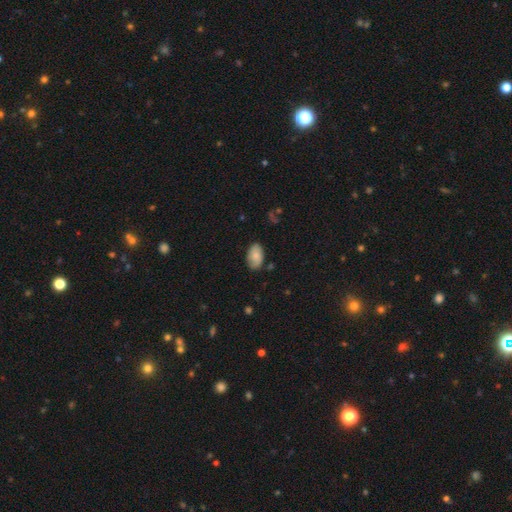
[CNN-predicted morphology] This appears to be a smooth galaxy with no disk features (79%) that is in between round and cigar-shaped (93%). Merging: none (76%).